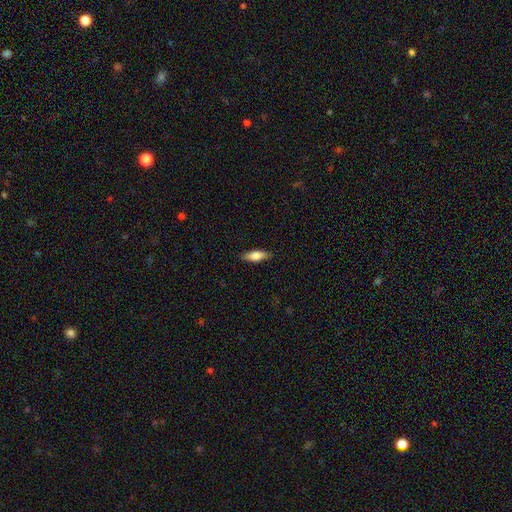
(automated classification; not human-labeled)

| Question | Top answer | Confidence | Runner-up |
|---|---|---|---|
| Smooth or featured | smooth | 76% | featured or disk (18%) |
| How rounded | in between | 64% | cigar-shaped (33%) |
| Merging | none | 87% | minor disturbance (10%) |